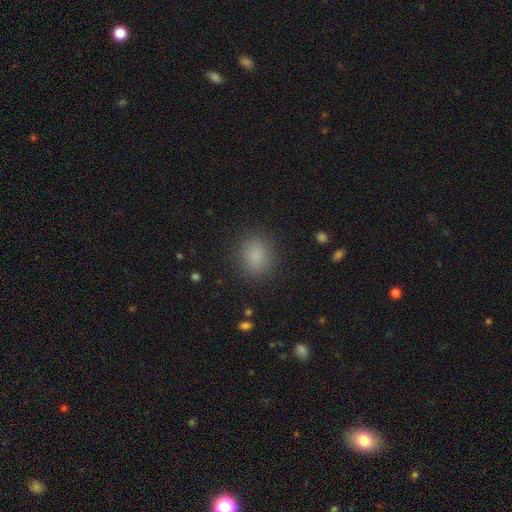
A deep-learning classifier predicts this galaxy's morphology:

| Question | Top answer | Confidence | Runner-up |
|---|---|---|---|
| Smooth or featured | smooth | 85% | star or artifact (11%) |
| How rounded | round | 60% | in between (38%) |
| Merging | none | 87% | minor disturbance (8%) |